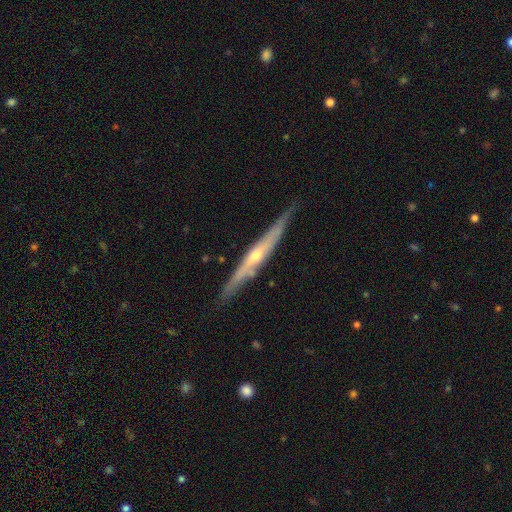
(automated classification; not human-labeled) Smooth or featured?
  - featured or disk: 75% *
  - smooth: 19%
  - star or artifact: 6%
Edge-on disk?
  - yes: 94% *
  - no: 6%
Edge-on bulge?
  - rounded: 72% *
  - none: 23%
  - boxy: 5%
Merging?
  - none: 83% *
  - minor disturbance: 13%
  - major disturbance: 2%
  - merger: 2%